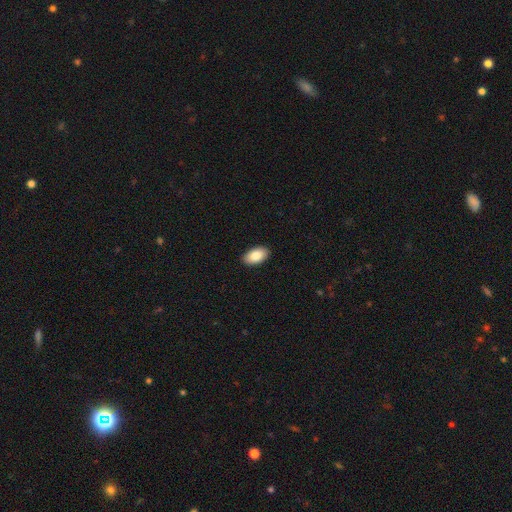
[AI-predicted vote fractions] Smooth or featured? smooth (87%)
How rounded? in between (95%)
Merging? none (91%)